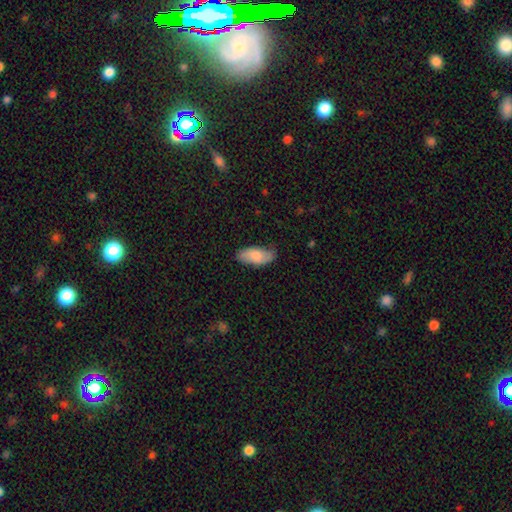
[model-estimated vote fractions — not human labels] This is likely a smooth galaxy (75%). How rounded: clearly in between (89%). Merging: likely none (74%).